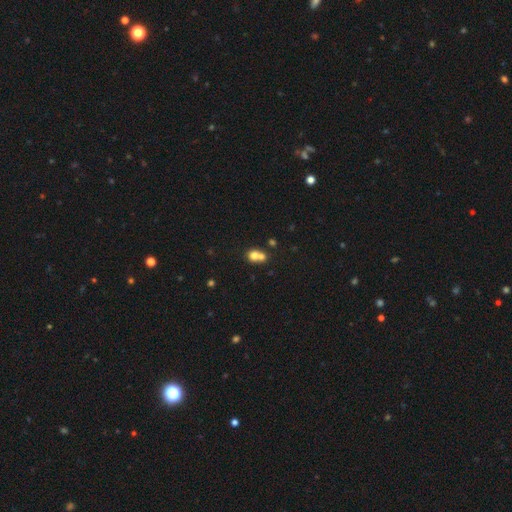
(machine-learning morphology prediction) Overall: smooth (73%). How rounded: round (73%). Merging: merger (60%; none 31%).